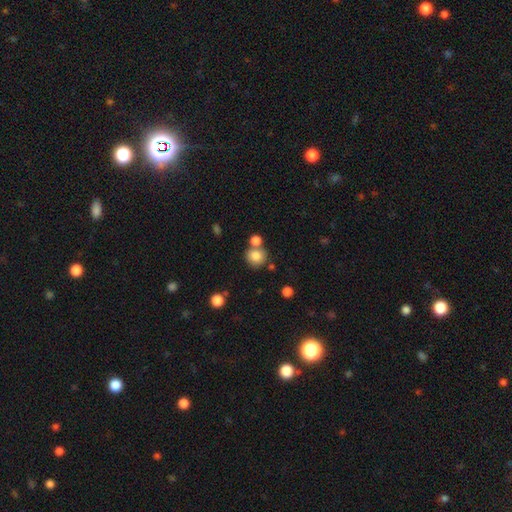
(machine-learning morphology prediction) Smooth or featured: smooth — 82% (star or artifact — 10%)
How rounded: round — 87% (in between — 12%)
Merging: none — 62% (merger — 25%)